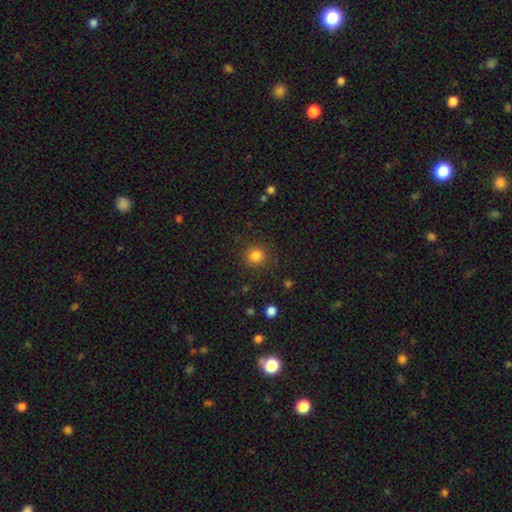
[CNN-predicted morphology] Smooth or featured: smooth — 83% (star or artifact — 12%)
How rounded: round — 91% (in between — 8%)
Merging: none — 87% (minor disturbance — 8%)